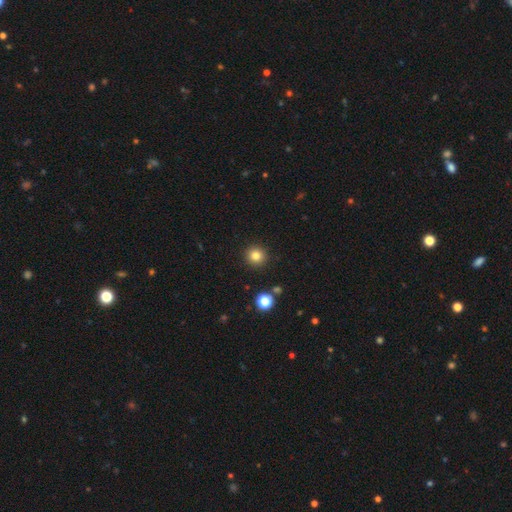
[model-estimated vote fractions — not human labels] The model was most divided on "smooth or featured": smooth: 82%, star or artifact: 12%, featured or disk: 6%. More confident: how rounded — round (94%); merging — none (91%).